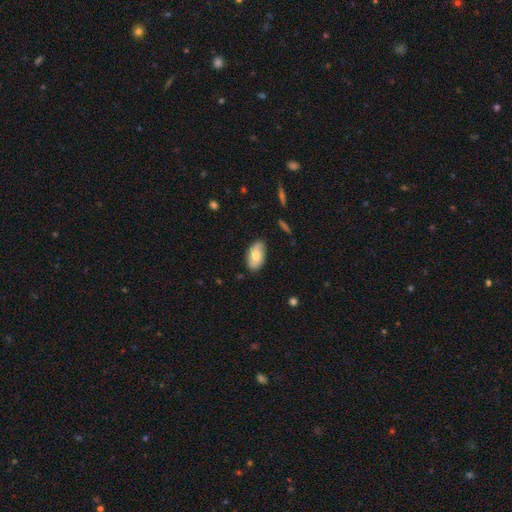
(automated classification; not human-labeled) Smooth or featured: smooth — 70% (featured or disk — 23%)
How rounded: in between — 93% (round — 4%)
Merging: none — 81% (minor disturbance — 15%)